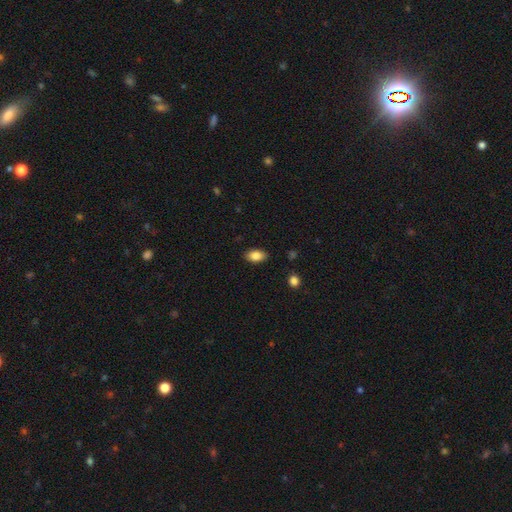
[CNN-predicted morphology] This appears to be a smooth galaxy with no disk features (85%) that is in between round and cigar-shaped (91%). Merging: none (86%).